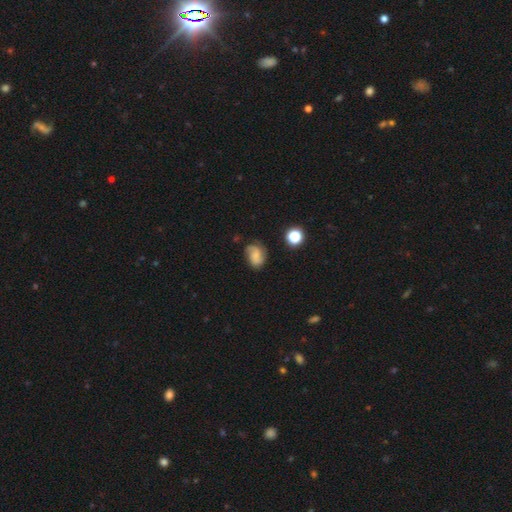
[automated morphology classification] featured or disk 49%, smooth 40%, star or artifact 11%. Down the decision tree: merging — none (62%).